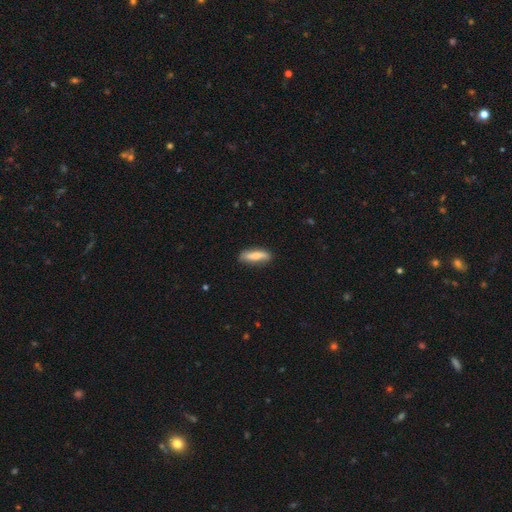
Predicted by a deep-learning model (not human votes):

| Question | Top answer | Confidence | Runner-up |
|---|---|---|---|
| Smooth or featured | smooth | 72% | featured or disk (22%) |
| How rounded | cigar-shaped | 59% | in between (39%) |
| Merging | none | 83% | minor disturbance (13%) |